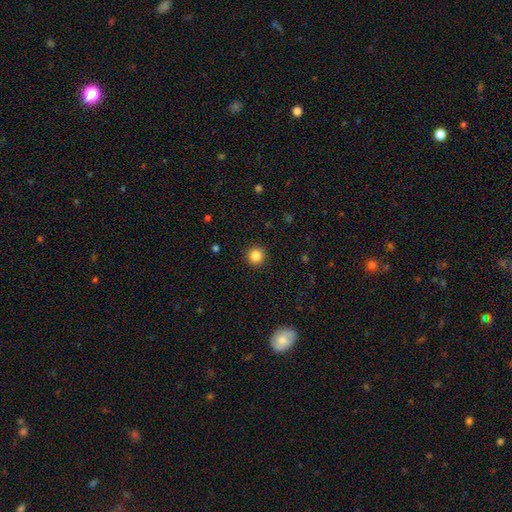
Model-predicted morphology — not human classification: Smooth or featured? smooth (85%)
How rounded? round (95%)
Merging? none (92%)